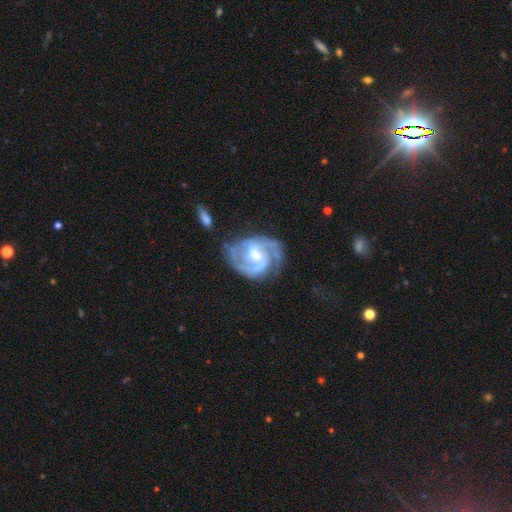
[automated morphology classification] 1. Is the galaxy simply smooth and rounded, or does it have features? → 91% featured or disk, 5% smooth, 4% star or artifact.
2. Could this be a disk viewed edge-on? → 98% no, 2% yes.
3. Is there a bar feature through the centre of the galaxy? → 50% weak, 34% no, 16% strong.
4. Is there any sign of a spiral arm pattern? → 98% yes, 2% no.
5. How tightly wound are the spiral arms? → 51% medium, 40% tight, 9% loose.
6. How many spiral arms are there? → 73% 2, 14% 3, 6% can't tell, 3% 1, 2% 4, 2% more than 4.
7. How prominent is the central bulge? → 51% small, 43% moderate, 3% large, 2% none, 1% dominant.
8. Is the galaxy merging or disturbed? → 68% none, 20% minor disturbance, 9% major disturbance, 3% merger.